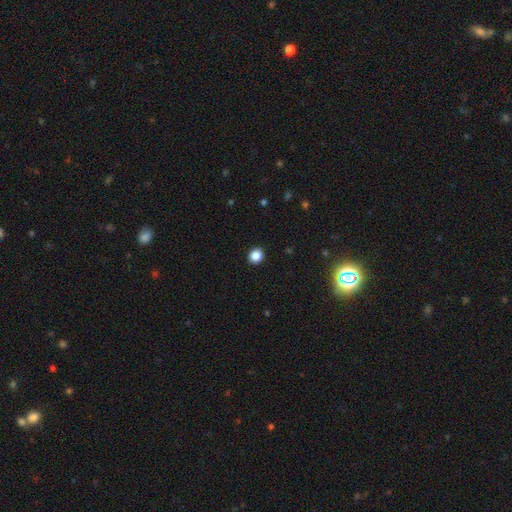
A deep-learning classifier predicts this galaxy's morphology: type=smooth (87%); roundness=round (83%); merging=none (92%).